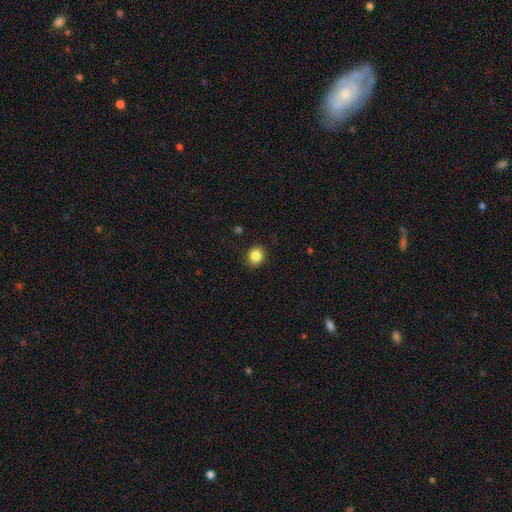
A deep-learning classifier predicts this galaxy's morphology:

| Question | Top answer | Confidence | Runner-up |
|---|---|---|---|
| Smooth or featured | smooth | 85% | star or artifact (10%) |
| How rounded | round | 77% | in between (22%) |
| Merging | none | 89% | minor disturbance (8%) |